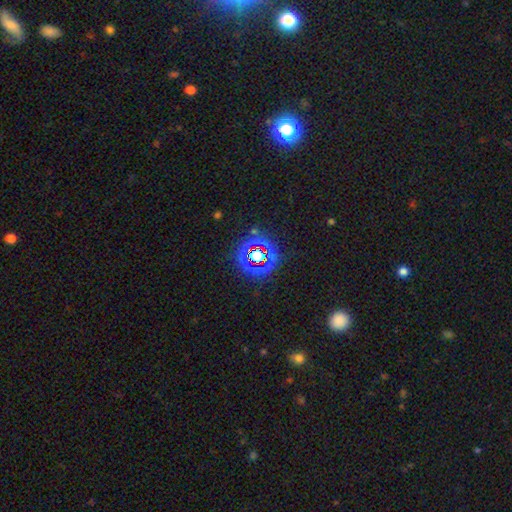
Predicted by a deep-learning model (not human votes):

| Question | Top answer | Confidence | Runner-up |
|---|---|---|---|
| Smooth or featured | star or artifact | 66% | smooth (22%) |